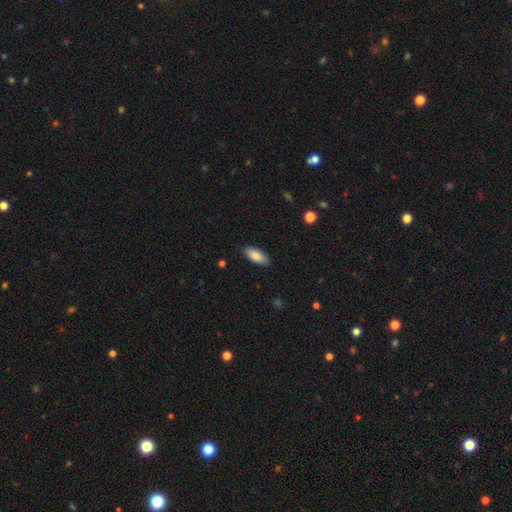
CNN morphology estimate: smooth 85%, featured or disk 9%, star or artifact 6%. Down the decision tree: how rounded — in between (83%); merging — none (88%).